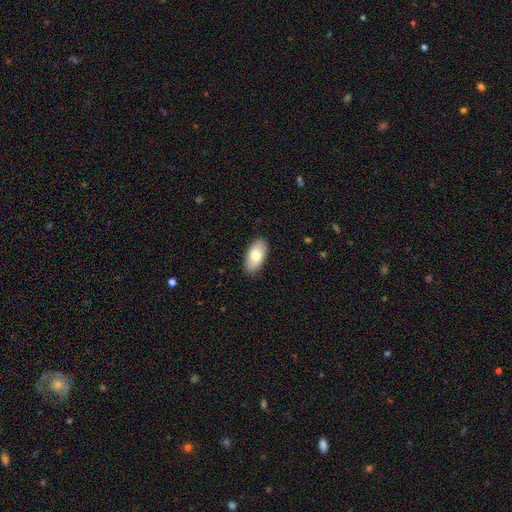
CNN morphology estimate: smooth-or-featured: smooth: 78% | featured or disk: 16% | star or artifact: 6%
  how-rounded: in between: 94% | cigar-shaped: 4% | round: 3%
  merging: none: 88% | minor disturbance: 9% | major disturbance: 2% | merger: 1%